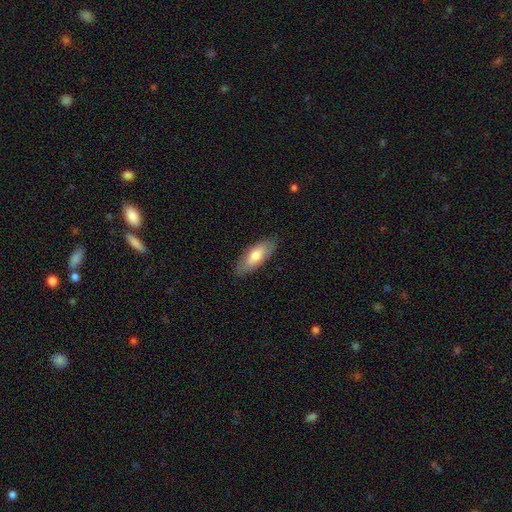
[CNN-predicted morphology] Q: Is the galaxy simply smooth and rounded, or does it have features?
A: smooth — 69%.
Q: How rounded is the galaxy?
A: in between — 73%.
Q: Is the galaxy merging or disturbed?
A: none — 85%.